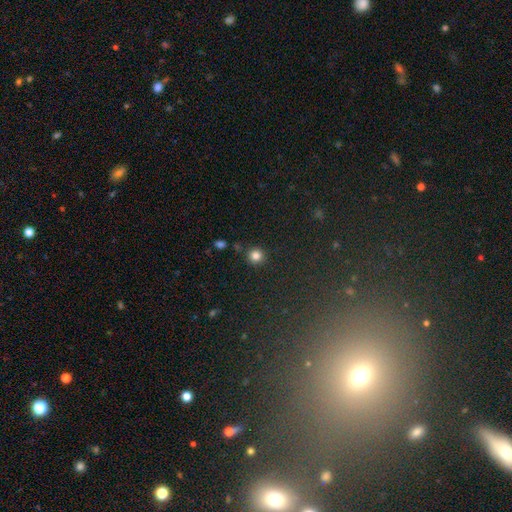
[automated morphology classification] smooth-or-featured: smooth: 83% | star or artifact: 12% | featured or disk: 5%
  how-rounded: round: 94% | in between: 5% | cigar-shaped: 1%
  merging: none: 87% | minor disturbance: 7% | merger: 4% | major disturbance: 2%